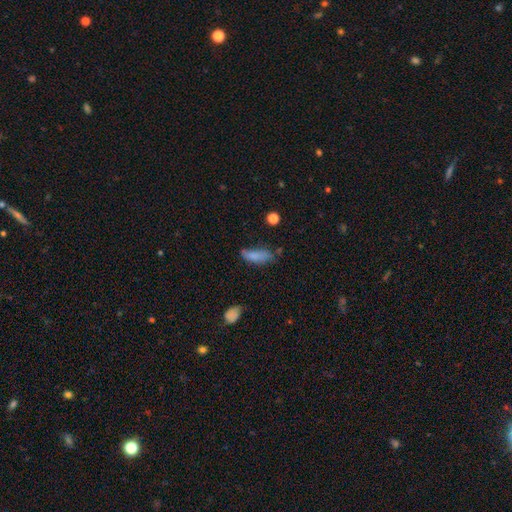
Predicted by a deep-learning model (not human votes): This is likely a smooth galaxy (77%). How rounded: likely in between (66%). Merging: marginally none (41%).